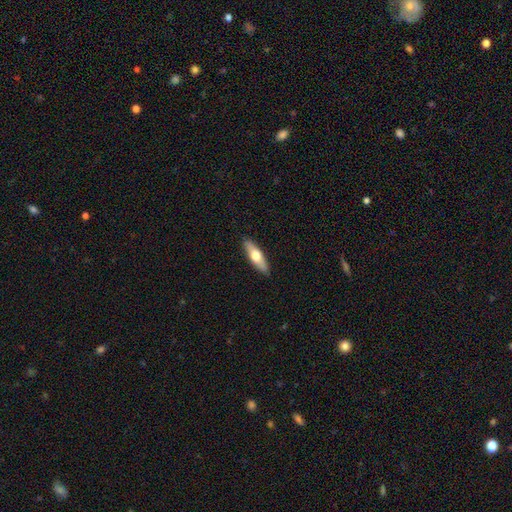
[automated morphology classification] type=smooth (59%); roundness=cigar-shaped (55%); merging=none (90%).